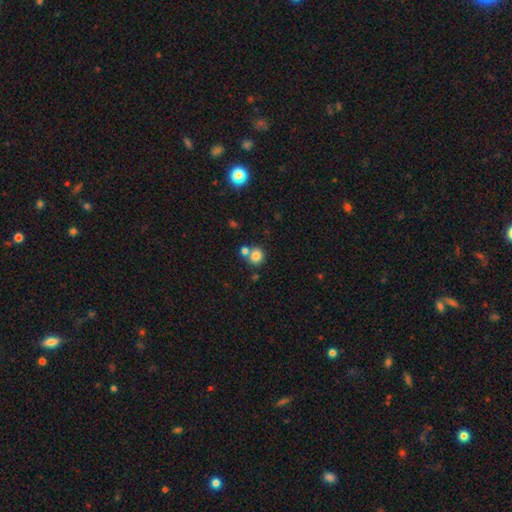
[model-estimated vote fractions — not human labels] Smooth or featured: smooth — 81% (star or artifact — 11%)
How rounded: round — 87% (in between — 13%)
Merging: none — 58% (merger — 31%)